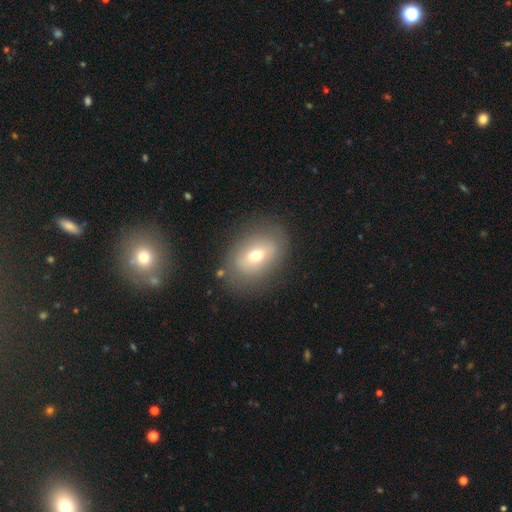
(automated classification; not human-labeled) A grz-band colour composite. It shows a smooth galaxy with no disk features (65%) that is in between round and cigar-shaped (80%). Merging: none (78%).